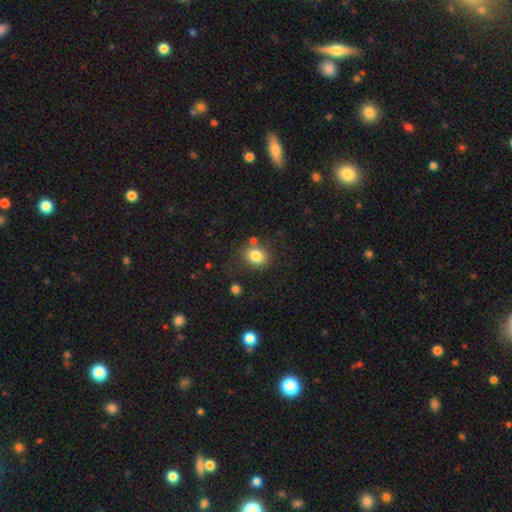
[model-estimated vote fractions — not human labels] Smooth or featured? Predicted: smooth (p=0.82). How rounded? Predicted: round (p=0.56). Merging? Predicted: none (p=0.77).